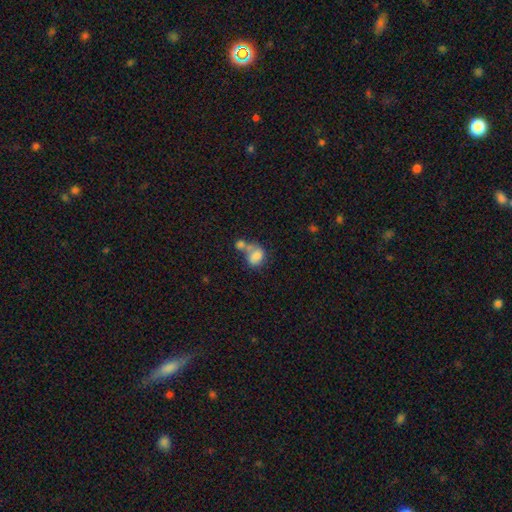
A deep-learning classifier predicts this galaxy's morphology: Q: Smooth or featured?
A: smooth (76%); runner-up: featured or disk (16%)
Q: How rounded?
A: in between (65%); runner-up: round (34%)
Q: Merging?
A: merger (60%); runner-up: none (20%)